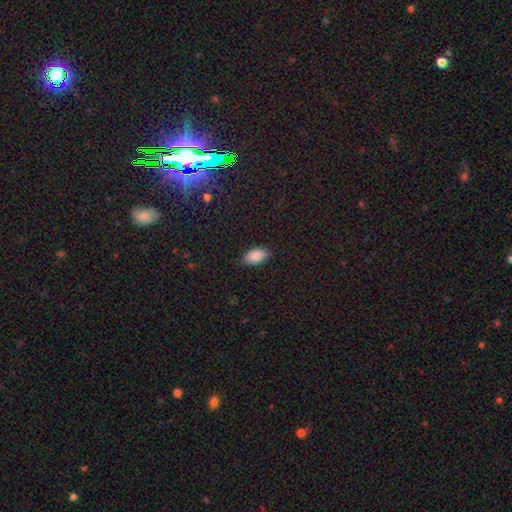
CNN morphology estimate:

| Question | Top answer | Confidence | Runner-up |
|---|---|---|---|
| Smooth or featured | smooth | 88% | star or artifact (8%) |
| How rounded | in between | 94% | round (4%) |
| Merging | none | 85% | minor disturbance (11%) |